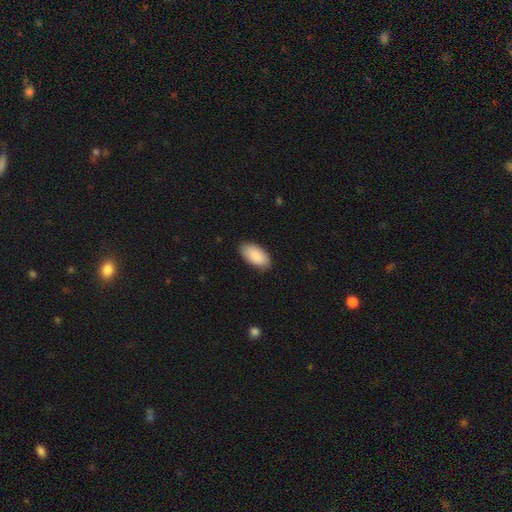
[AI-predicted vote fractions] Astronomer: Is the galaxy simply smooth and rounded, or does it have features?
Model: smooth — 90%.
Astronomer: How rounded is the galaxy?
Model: in between — 95%.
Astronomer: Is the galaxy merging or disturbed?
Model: none — 85%.